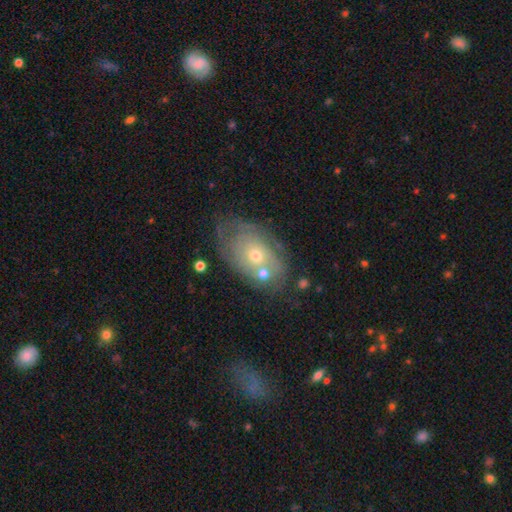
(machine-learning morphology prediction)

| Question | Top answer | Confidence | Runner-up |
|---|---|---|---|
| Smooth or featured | featured or disk | 64% | smooth (26%) |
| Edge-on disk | no | 94% | yes (6%) |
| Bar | no | 86% | weak (12%) |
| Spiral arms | yes | 67% | no (33%) |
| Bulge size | moderate | 48% | tied: small (48%) |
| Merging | none | 60% | minor disturbance (21%) |